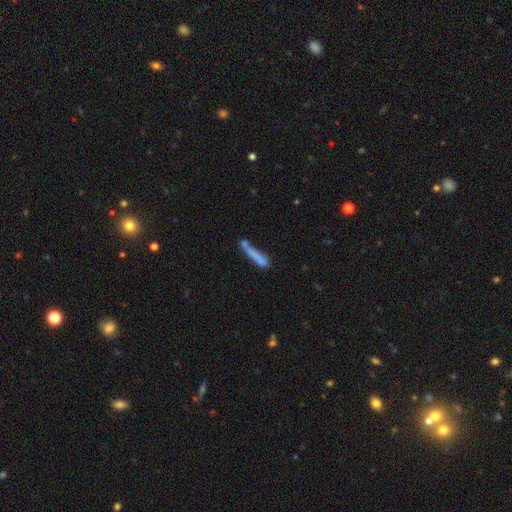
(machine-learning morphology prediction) Overall: smooth (69%). How rounded: cigar-shaped (92%). Merging: none (56%; merger 18%).